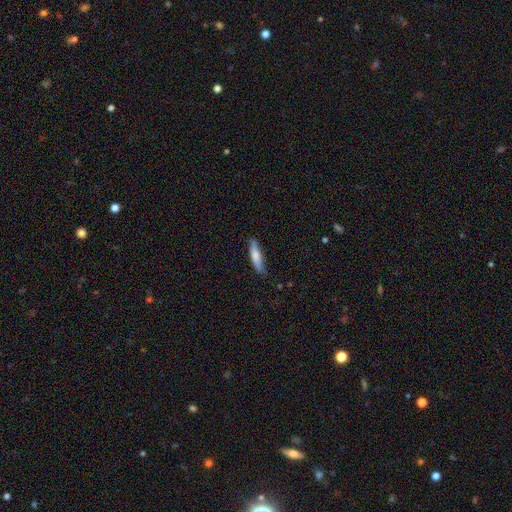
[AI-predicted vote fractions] This appears to be a smooth galaxy with no disk features (75%) that is cigar-shaped (76%). Merging: none (77%).